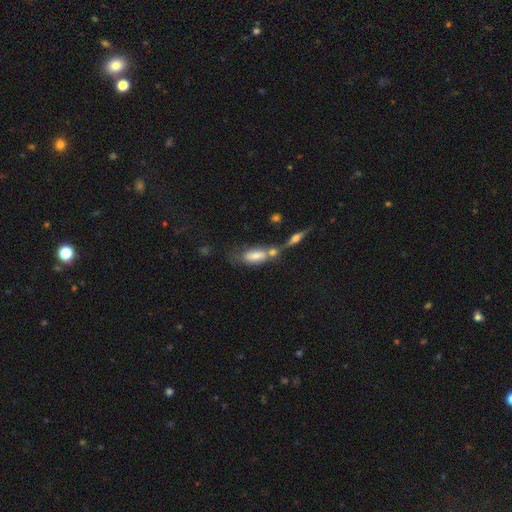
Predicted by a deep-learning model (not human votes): Smooth or featured?
  - smooth: 57% *
  - featured or disk: 33%
  - star or artifact: 9%
How rounded?
  - in between: 78% *
  - cigar-shaped: 19%
  - round: 3%
Merging?
  - merger: 47% *
  - none: 32%
  - minor disturbance: 14%
  - major disturbance: 8%